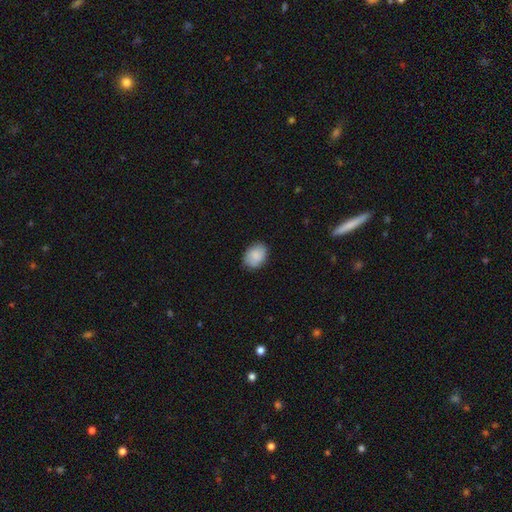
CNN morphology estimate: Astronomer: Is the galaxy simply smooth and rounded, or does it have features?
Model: smooth — 88%.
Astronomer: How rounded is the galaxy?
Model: in between — 77%.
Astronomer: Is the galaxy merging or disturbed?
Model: none — 85%.